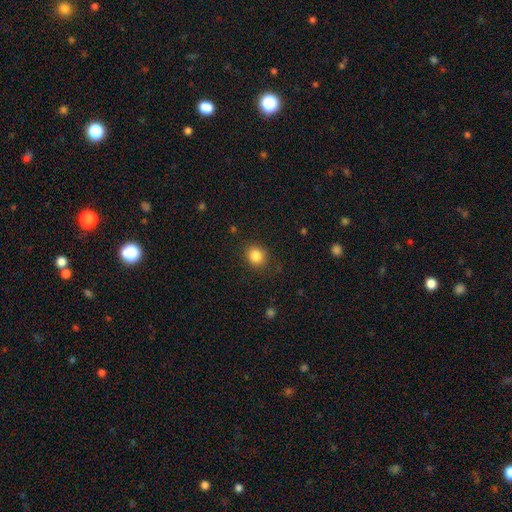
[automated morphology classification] Overall: smooth (85%). How rounded: round (81%). Merging: none (87%).